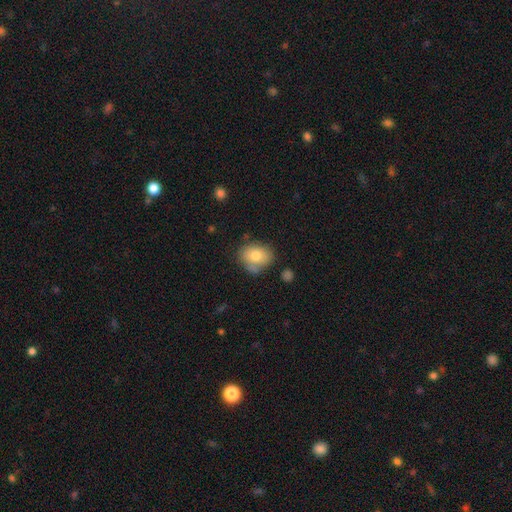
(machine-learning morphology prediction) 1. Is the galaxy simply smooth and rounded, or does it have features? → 76% smooth, 15% featured or disk, 9% star or artifact.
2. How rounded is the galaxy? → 51% in between, 48% round, 1% cigar-shaped.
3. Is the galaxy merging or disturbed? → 66% none, 22% minor disturbance, 7% merger, 5% major disturbance.